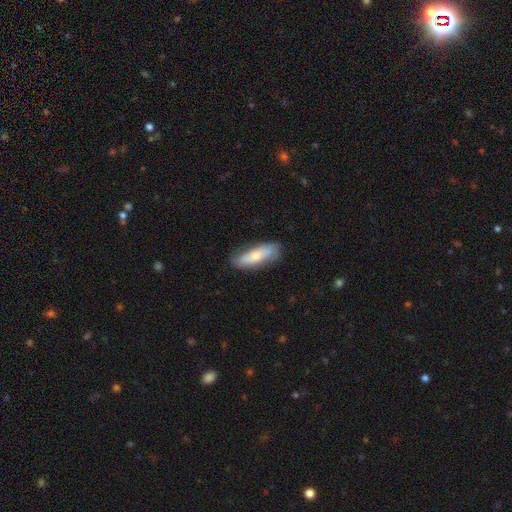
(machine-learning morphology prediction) smooth-or-featured: smooth: 63% | featured or disk: 31% | star or artifact: 6%
  how-rounded: in between: 58% | cigar-shaped: 40% | round: 2%
  merging: none: 75% | minor disturbance: 19% | major disturbance: 4% | merger: 2%